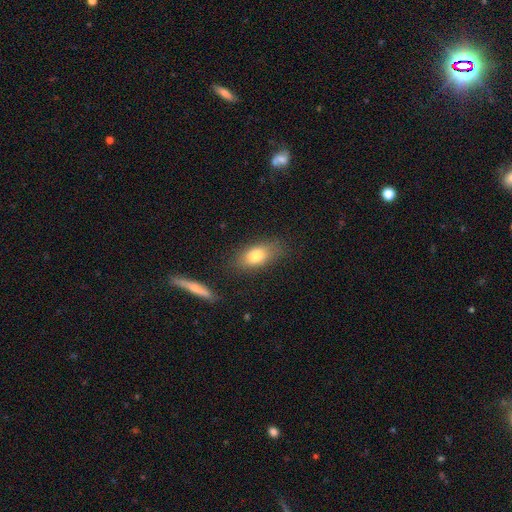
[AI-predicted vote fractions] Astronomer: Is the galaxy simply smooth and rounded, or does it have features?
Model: smooth — 76%.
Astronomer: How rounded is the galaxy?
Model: in between — 82%.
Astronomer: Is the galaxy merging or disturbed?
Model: none — 78%.